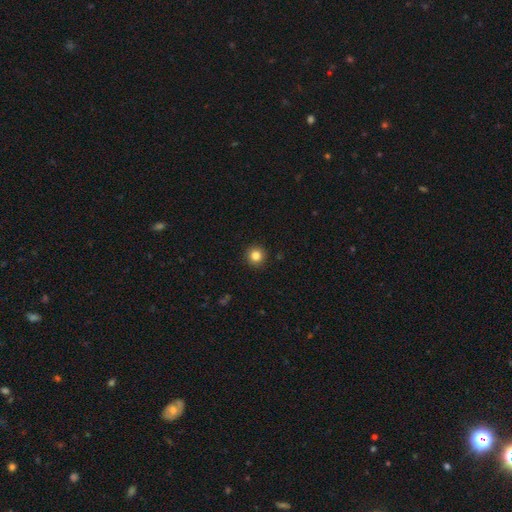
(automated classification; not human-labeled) The model was most divided on "smooth or featured": smooth: 84%, star or artifact: 11%, featured or disk: 5%. More confident: how rounded — round (96%); merging — none (93%).